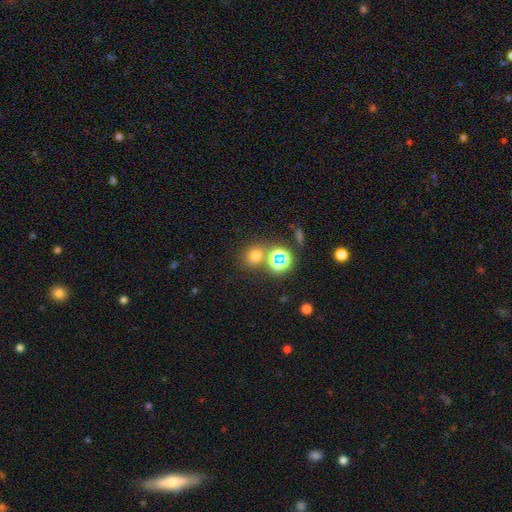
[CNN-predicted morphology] Overall: smooth (65%; star or artifact 28%). How rounded: round (79%). Merging: none (73%).